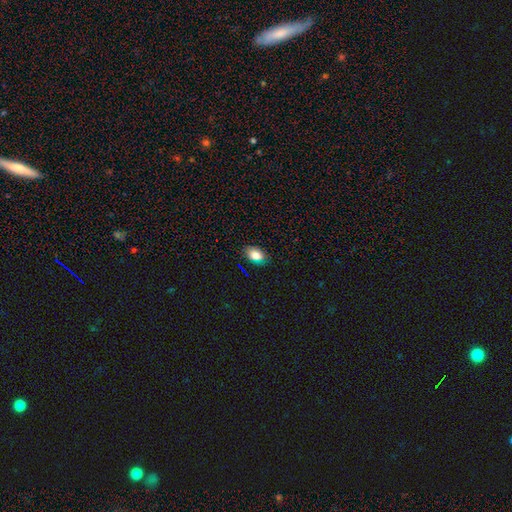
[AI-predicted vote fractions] smooth-or-featured: smooth: 80% | star or artifact: 11% | featured or disk: 9%
  how-rounded: in between: 86% | round: 12% | cigar-shaped: 2%
  merging: none: 85% | minor disturbance: 11% | major disturbance: 2% | merger: 1%